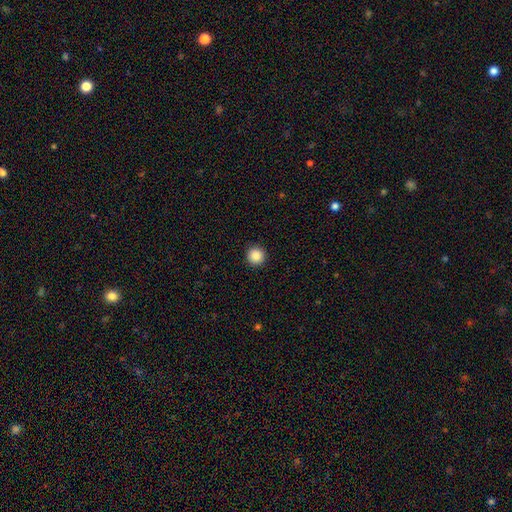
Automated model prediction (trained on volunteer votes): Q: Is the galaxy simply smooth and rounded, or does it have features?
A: smooth — 87%.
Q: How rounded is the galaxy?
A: round — 96%.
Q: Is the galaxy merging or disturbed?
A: none — 93%.